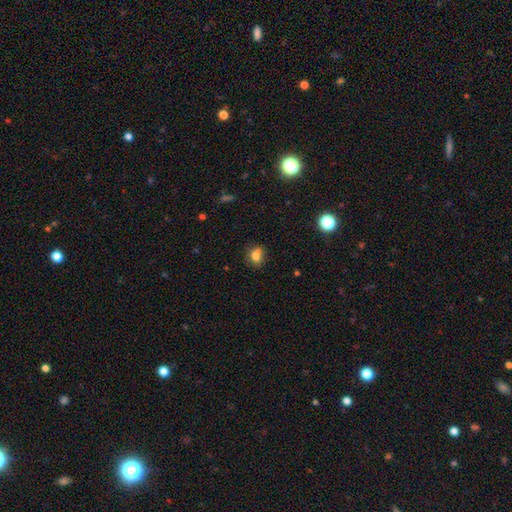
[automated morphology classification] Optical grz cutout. It shows a smooth galaxy with no disk features (75%) that is round (62%). Merging: none (49%).